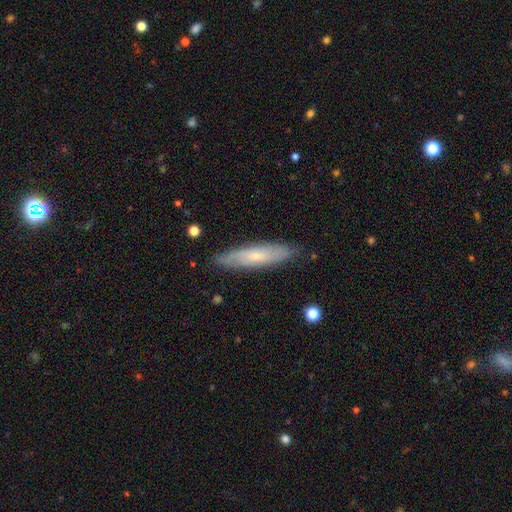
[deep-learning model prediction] Overall: smooth (48%; featured or disk 45%). Merging: none (85%).